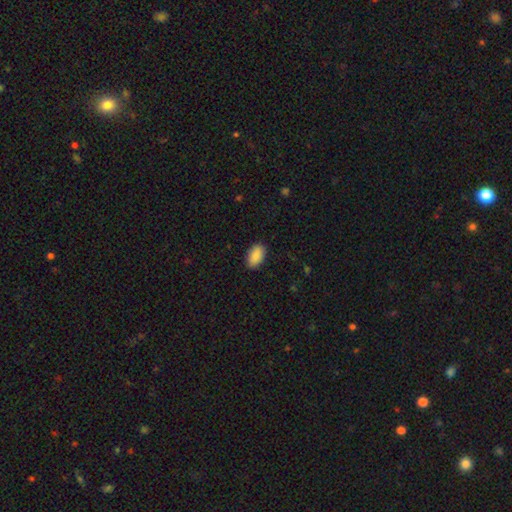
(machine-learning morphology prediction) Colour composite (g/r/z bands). It shows a smooth galaxy with no disk features (89%) that is in between round and cigar-shaped (93%). Merging: none (87%).